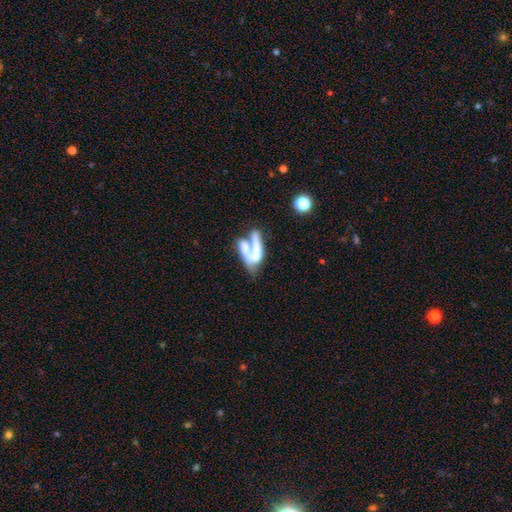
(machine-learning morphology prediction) Smooth or featured? featured or disk (53%)
Edge-on disk? no (86%)
Merging? merger (56%)